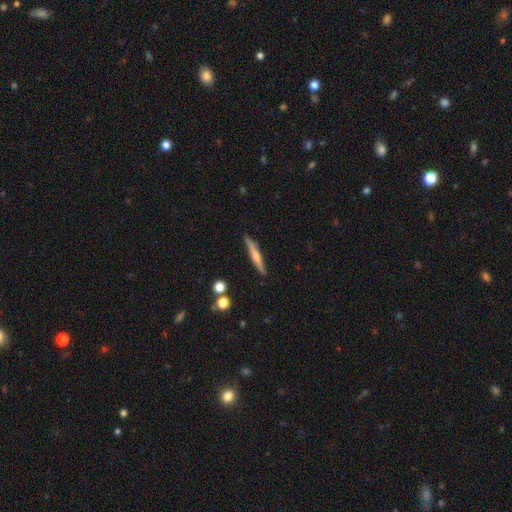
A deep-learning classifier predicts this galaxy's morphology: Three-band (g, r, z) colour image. It shows a smooth galaxy with no disk features (48%). Merging: none (89%).